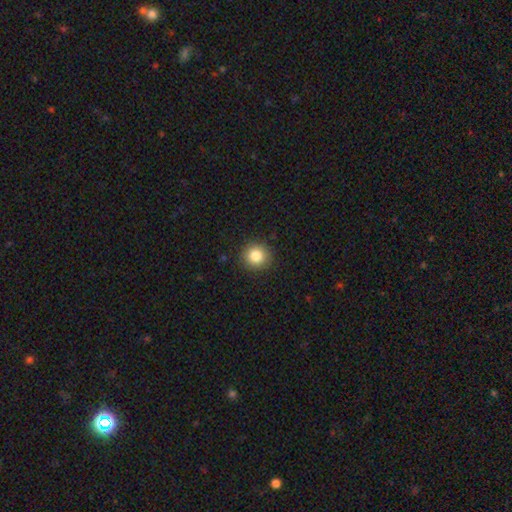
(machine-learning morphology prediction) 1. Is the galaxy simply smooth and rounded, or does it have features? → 83% smooth, 11% star or artifact, 6% featured or disk.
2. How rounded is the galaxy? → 93% round, 6% in between, 1% cigar-shaped.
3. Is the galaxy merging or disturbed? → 91% none, 6% minor disturbance, 2% major disturbance, 1% merger.